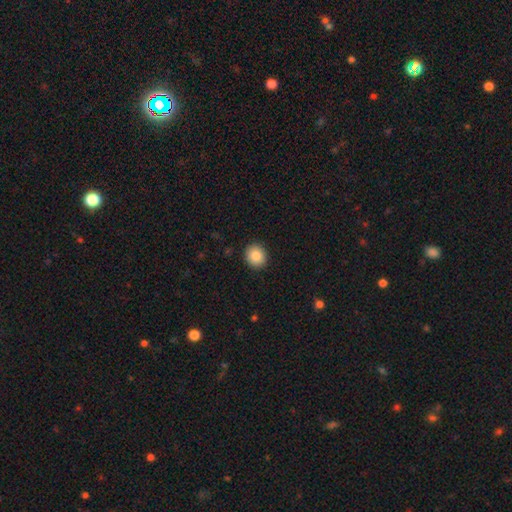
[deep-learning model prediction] A smooth galaxy with no disk features (86%) that is round (81%). Merging: none (91%).